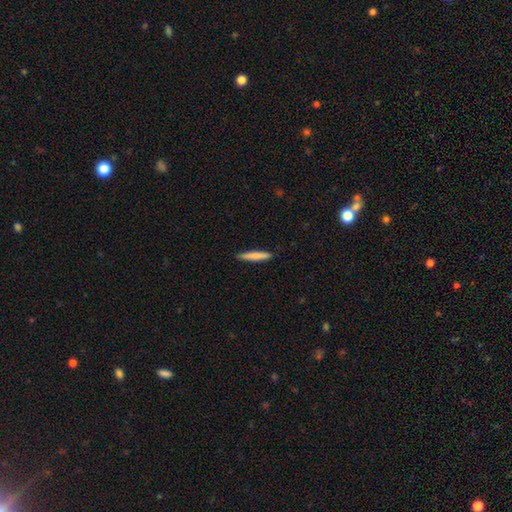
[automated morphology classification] Q: Smooth or featured?
A: smooth (79%); runner-up: featured or disk (15%)
Q: How rounded?
A: cigar-shaped (93%); runner-up: in between (6%)
Q: Merging?
A: none (91%); runner-up: minor disturbance (7%)